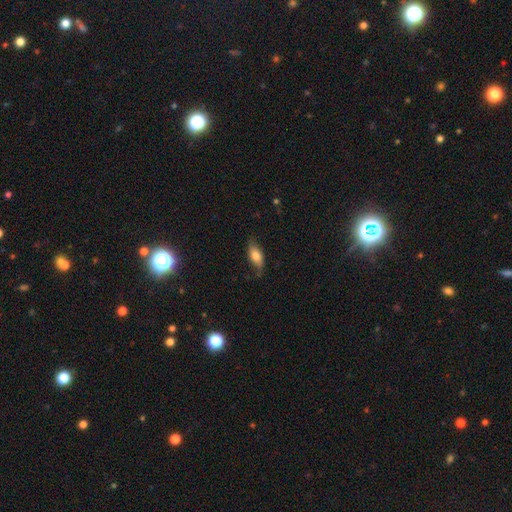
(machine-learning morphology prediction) This appears to be a smooth galaxy with no disk features (64%) that is in between round and cigar-shaped (82%). Merging: none (68%).